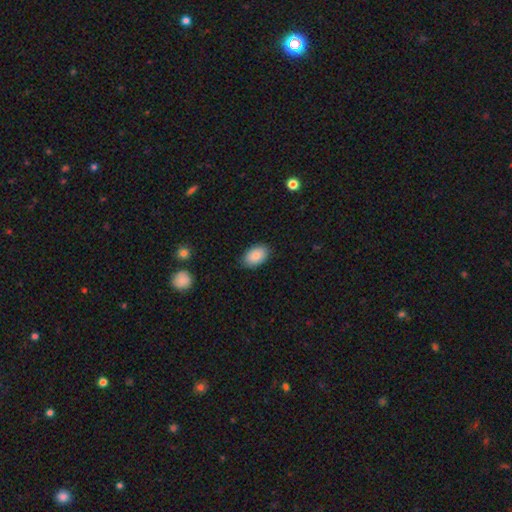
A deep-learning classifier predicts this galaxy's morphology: Smooth or featured? Predicted: smooth (p=0.87). How rounded? Predicted: in between (p=0.91). Merging? Predicted: none (p=0.86).